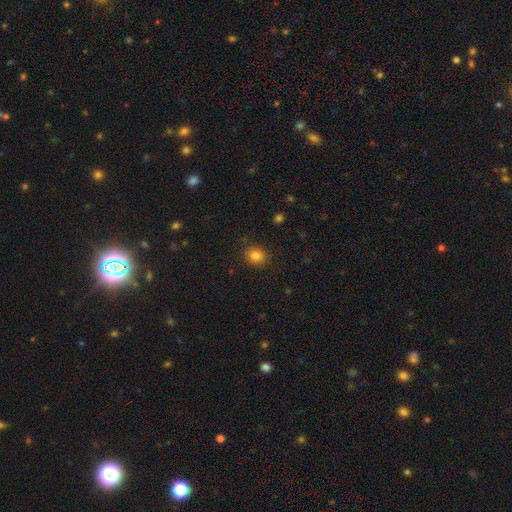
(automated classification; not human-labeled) Q: Smooth or featured?
A: smooth (83%); runner-up: star or artifact (11%)
Q: How rounded?
A: round (68%); runner-up: in between (31%)
Q: Merging?
A: none (88%); runner-up: minor disturbance (9%)